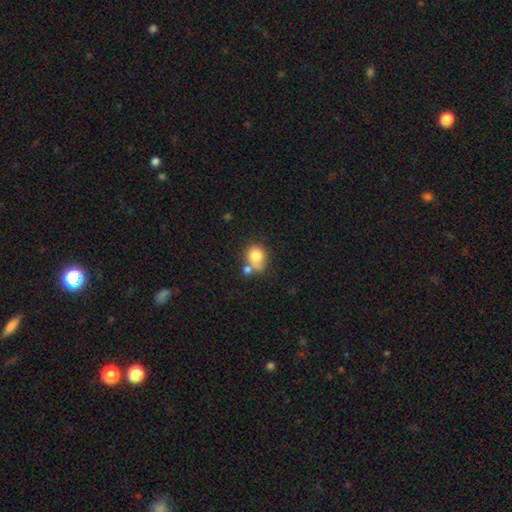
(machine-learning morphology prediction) Smooth or featured? smooth (78%)
How rounded? round (67%)
Merging? none (38%)